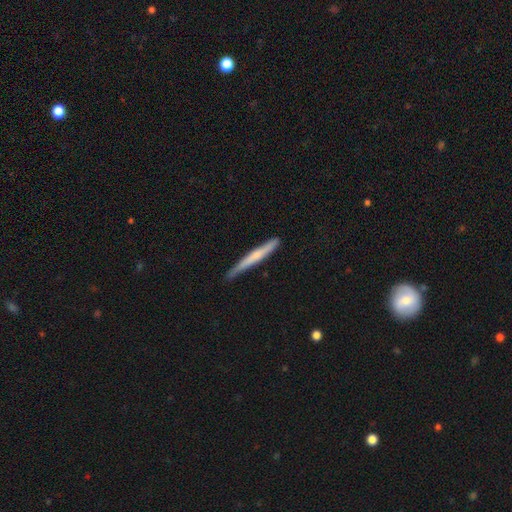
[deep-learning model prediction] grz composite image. It shows a smooth galaxy with no disk features (53%) that is cigar-shaped (97%). Merging: none (79%).